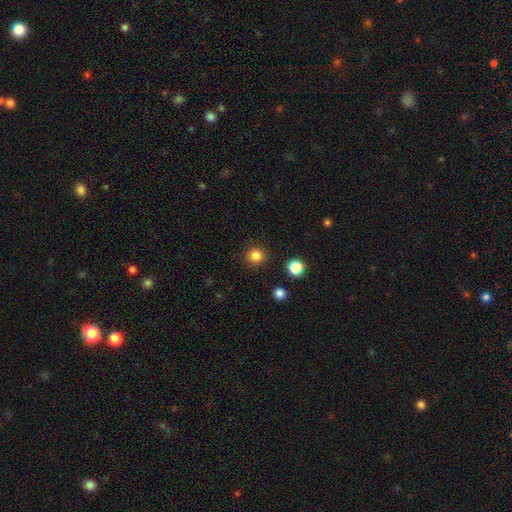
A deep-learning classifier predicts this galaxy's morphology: Overall: smooth (84%). How rounded: round (94%). Merging: none (91%).